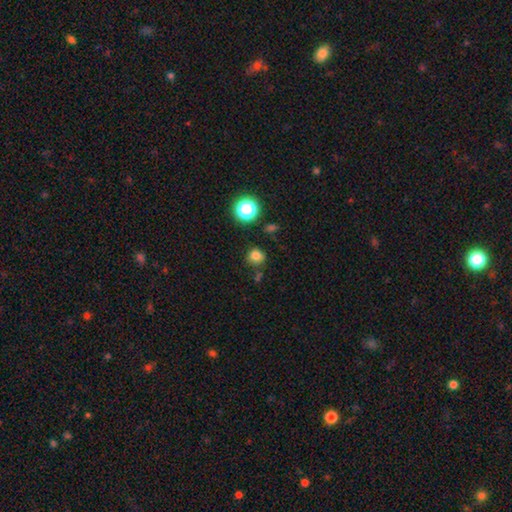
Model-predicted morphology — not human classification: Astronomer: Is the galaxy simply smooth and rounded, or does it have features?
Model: smooth — 78%.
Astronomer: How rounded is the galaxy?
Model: round — 81%.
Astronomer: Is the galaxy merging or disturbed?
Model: none — 74%.